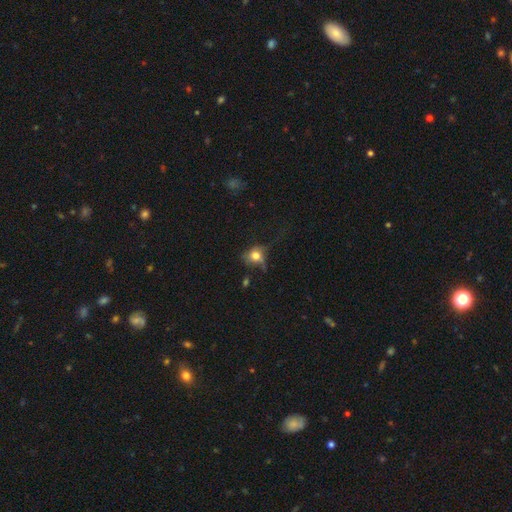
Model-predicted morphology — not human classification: Overall: smooth (68%). How rounded: round (60%; in between 38%). Merging: none (43%; minor disturbance 26%).